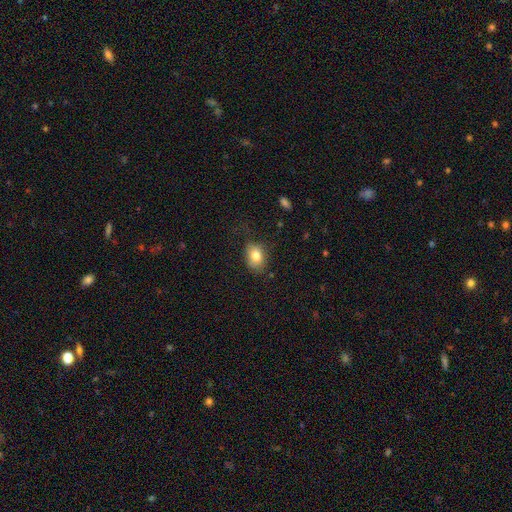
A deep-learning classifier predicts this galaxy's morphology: smooth_or_featured: smooth (p=0.81) [alt: featured or disk p=0.10]
how_rounded: in between (p=0.70) [alt: round p=0.29]
merging: none (p=0.68) [alt: minor disturbance p=0.22]